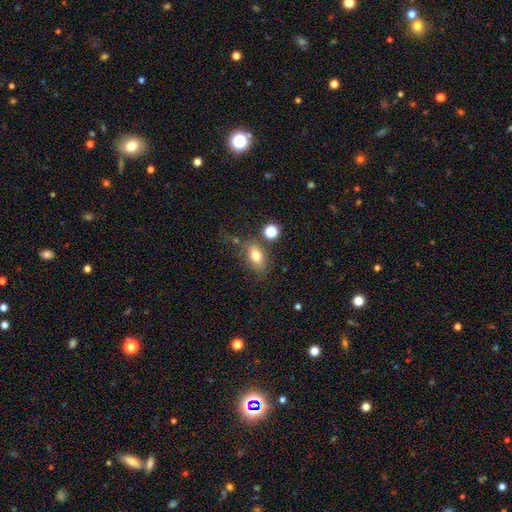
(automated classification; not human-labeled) A smooth galaxy with no disk features (73%) that is in between round and cigar-shaped (78%). Merging: none (65%).